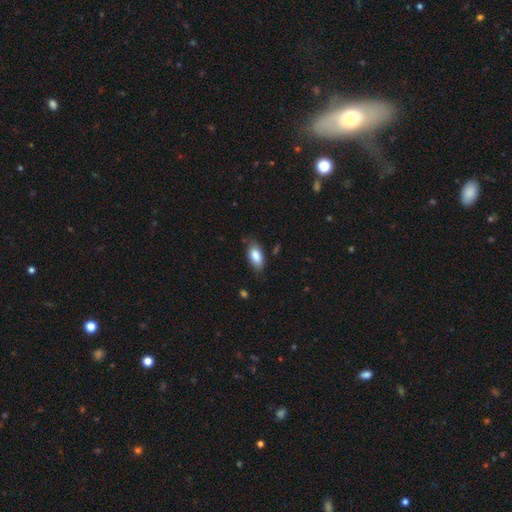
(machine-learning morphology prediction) Smooth or featured: smooth — 85% (featured or disk — 8%)
How rounded: in between — 91% (cigar-shaped — 6%)
Merging: none — 76% (minor disturbance — 19%)